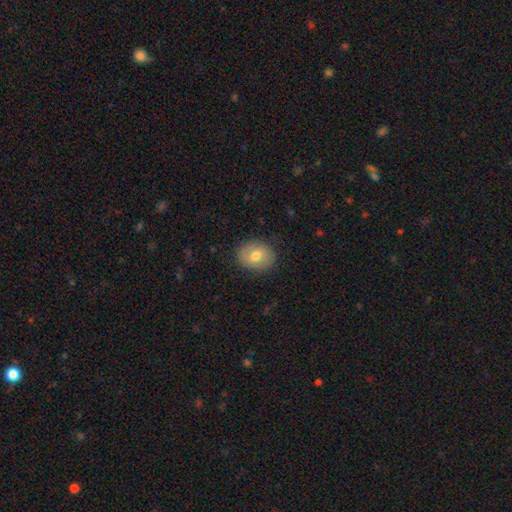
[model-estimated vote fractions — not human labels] A smooth galaxy with no disk features (71%) that is in between round and cigar-shaped (52%). Merging: none (87%).